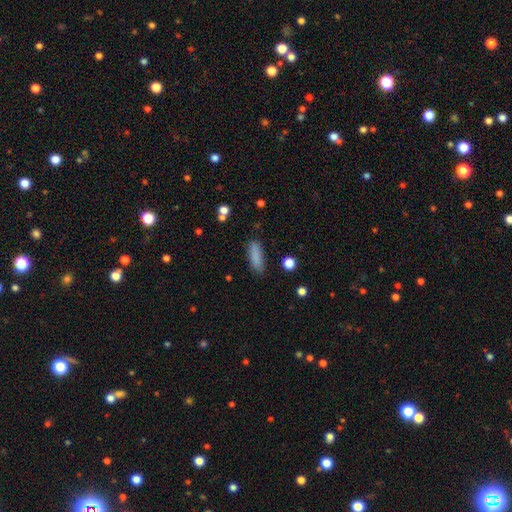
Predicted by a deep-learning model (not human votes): Q: Smooth or featured?
A: smooth (86%); runner-up: star or artifact (8%)
Q: How rounded?
A: cigar-shaped (54%); runner-up: in between (44%)
Q: Merging?
A: none (84%); runner-up: minor disturbance (12%)